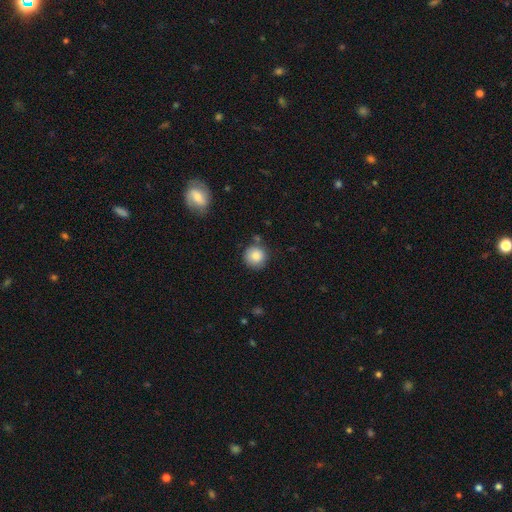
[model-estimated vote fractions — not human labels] Smooth or featured? smooth (85%)
How rounded? round (94%)
Merging? none (81%)